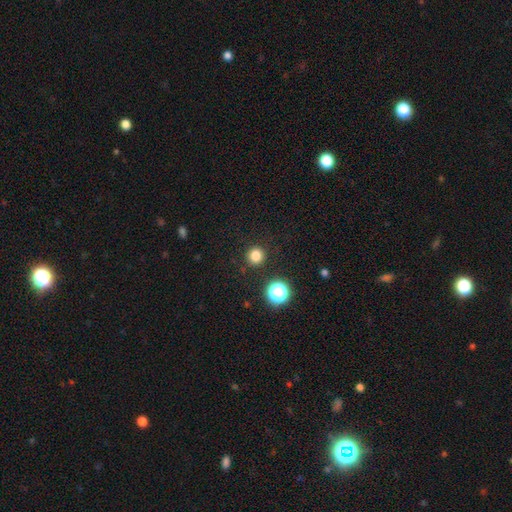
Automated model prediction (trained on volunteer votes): Overall: smooth (81%). How rounded: round (94%). Merging: none (91%).